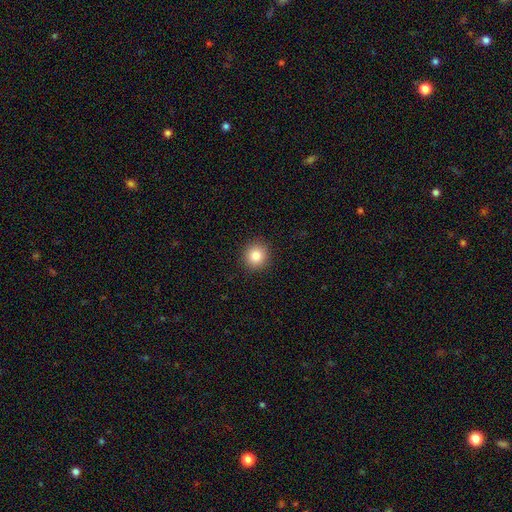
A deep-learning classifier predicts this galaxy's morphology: Smooth or featured? Predicted: smooth (p=0.84). How rounded? Predicted: round (p=0.92). Merging? Predicted: none (p=0.92).